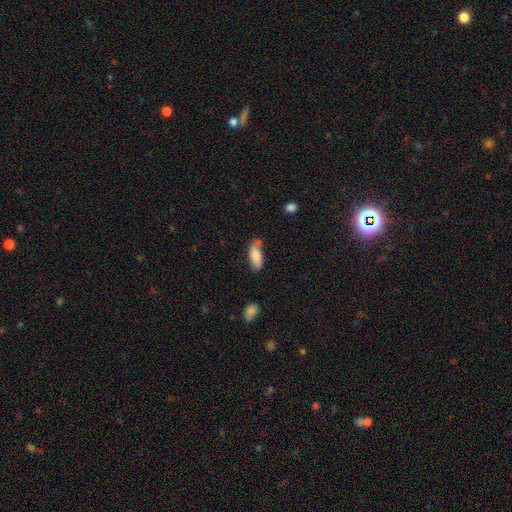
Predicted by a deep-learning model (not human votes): Smooth or featured: smooth — 80% (featured or disk — 13%)
How rounded: in between — 72% (cigar-shaped — 26%)
Merging: none — 57% (minor disturbance — 28%)